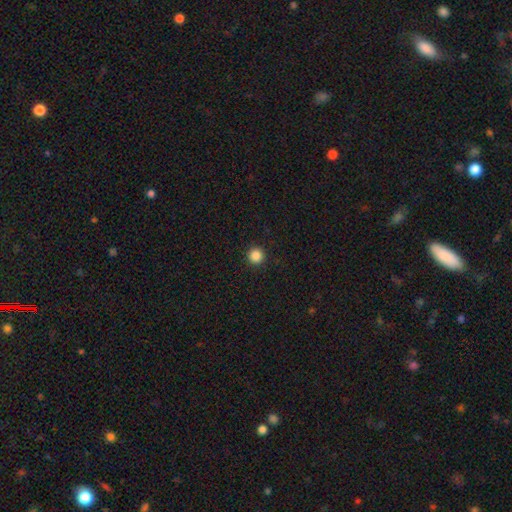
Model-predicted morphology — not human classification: Overall: smooth (86%). How rounded: round (96%). Merging: none (93%).